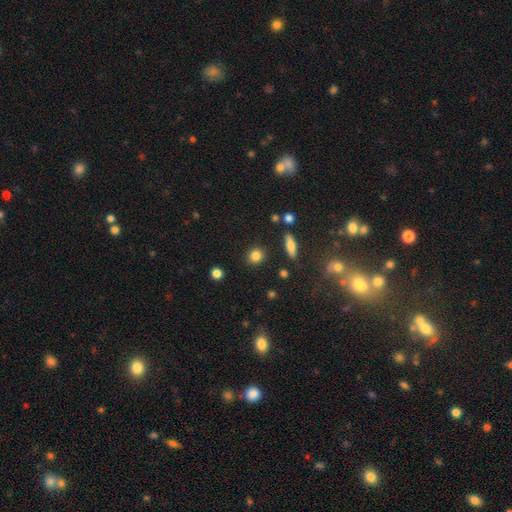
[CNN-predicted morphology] A smooth galaxy with no disk features (83%) that is round (83%).

Vote fractions:
- Smooth or featured? smooth: 83% / star or artifact: 11% / featured or disk: 6%
- How rounded? round: 83% / in between: 15% / cigar-shaped: 2%
- Merging? none: 89% / minor disturbance: 6% / major disturbance: 2% / merger: 2%